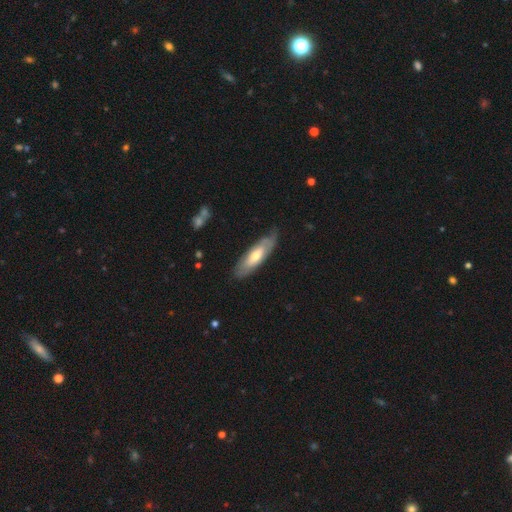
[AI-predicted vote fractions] This appears to be a smooth galaxy with no disk features (49%). Merging: none (77%).